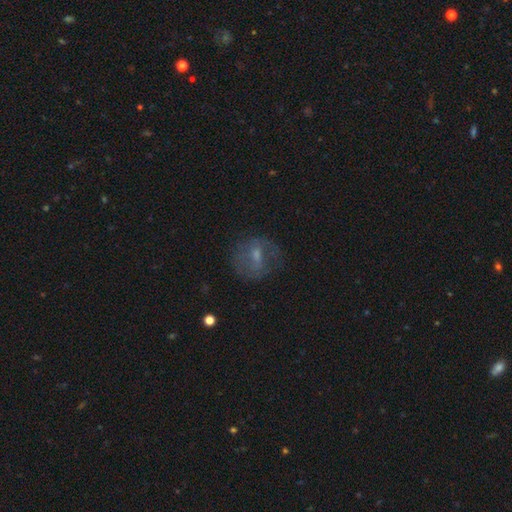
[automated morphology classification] featured or disk 52%, smooth 36%, star or artifact 12%. Down the decision tree: edge-on disk — no (94%); merging — none (63%).